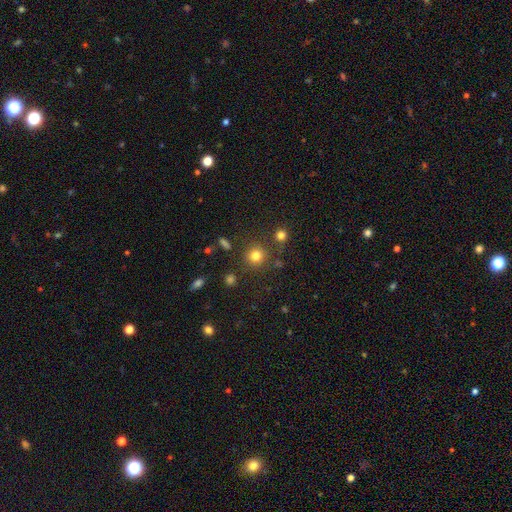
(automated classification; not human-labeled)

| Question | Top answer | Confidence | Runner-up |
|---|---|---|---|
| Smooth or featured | smooth | 79% | star or artifact (14%) |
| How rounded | round | 91% | in between (8%) |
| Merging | none | 82% | minor disturbance (8%) |